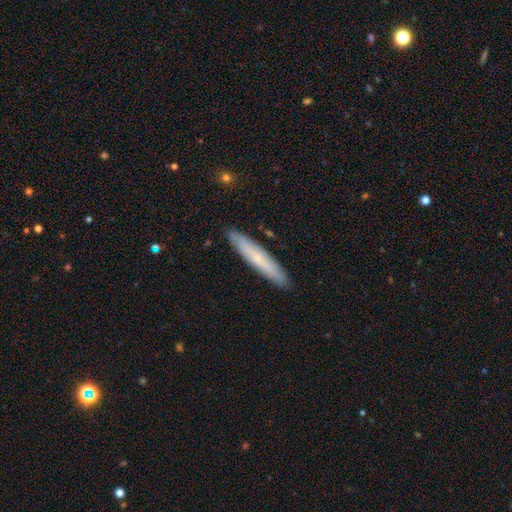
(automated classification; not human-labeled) smooth 53%, featured or disk 39%, star or artifact 8%. Down the decision tree: how rounded — cigar-shaped (93%); merging — none (90%).